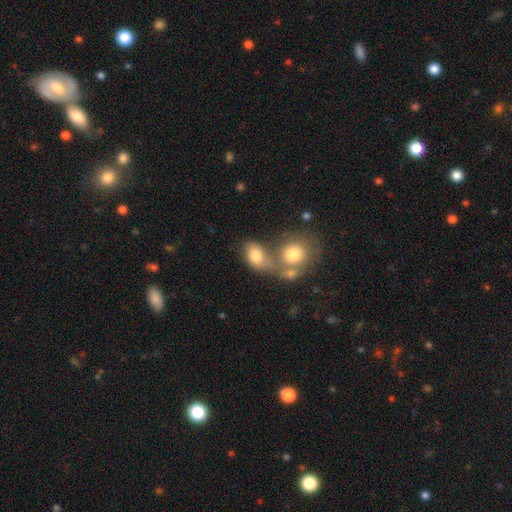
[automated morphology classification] Smooth or featured? smooth (77%)
How rounded? in between (73%)
Merging? merger (48%)